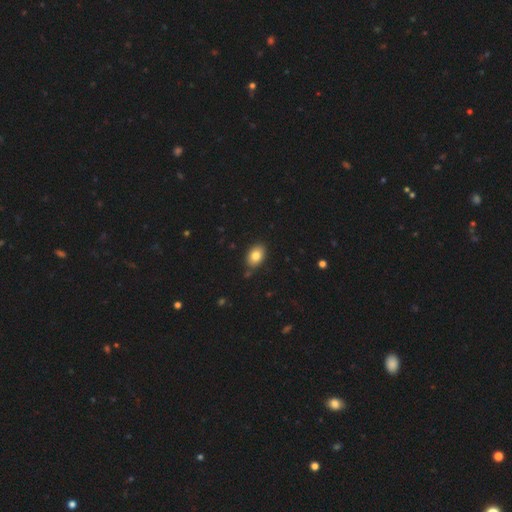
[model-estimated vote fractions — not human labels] A smooth galaxy with no disk features (83%) that is in between round and cigar-shaped (86%). Merging: none (84%).